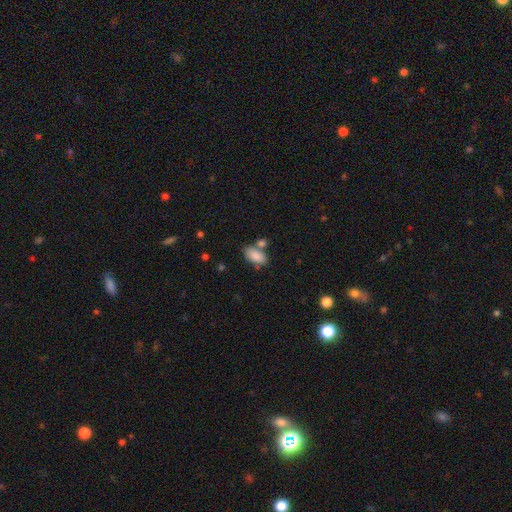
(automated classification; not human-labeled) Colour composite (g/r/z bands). It shows a smooth galaxy with no disk features (86%) that is in between round and cigar-shaped (92%). Merging: none (55%).